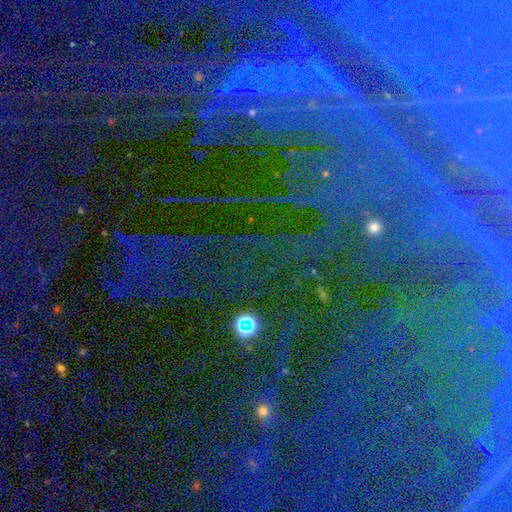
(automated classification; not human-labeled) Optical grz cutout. It shows a star or artifact, not a galaxy (80%).